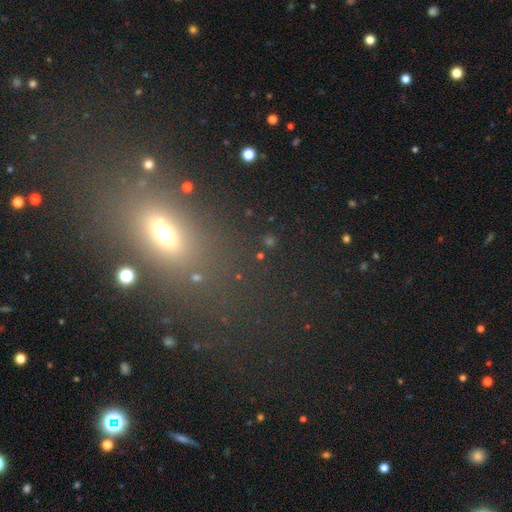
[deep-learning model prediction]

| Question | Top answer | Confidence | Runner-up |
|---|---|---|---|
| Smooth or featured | smooth | 50% | star or artifact (36%) |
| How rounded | in between | 71% | round (19%) |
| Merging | none | 79% | minor disturbance (10%) |